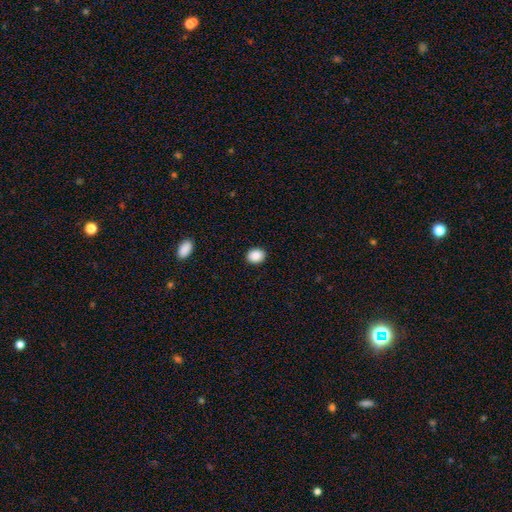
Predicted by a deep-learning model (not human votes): Smooth or featured? smooth (88%)
How rounded? round (59%)
Merging? none (91%)